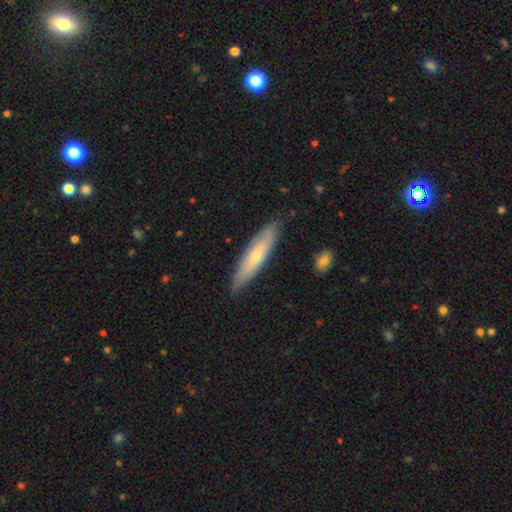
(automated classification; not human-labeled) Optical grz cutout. It shows a smooth galaxy with no disk features (58%) that is cigar-shaped (80%). Merging: none (85%).